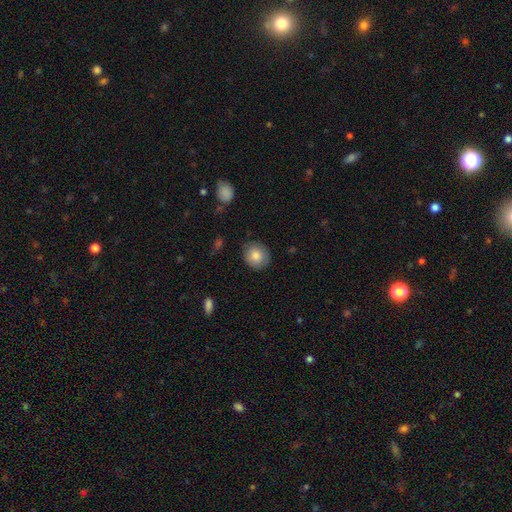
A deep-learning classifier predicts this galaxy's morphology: Smooth or featured? smooth (83%)
How rounded? round (81%)
Merging? none (84%)